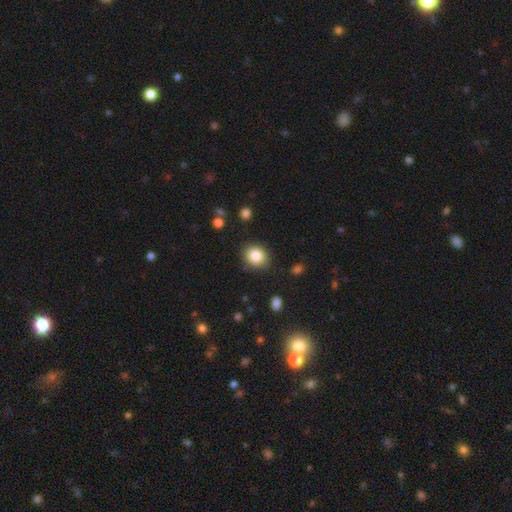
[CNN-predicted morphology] smooth-or-featured: smooth: 85% | star or artifact: 9% | featured or disk: 6%
  how-rounded: round: 66% | in between: 34% | cigar-shaped: 1%
  merging: none: 86% | minor disturbance: 10% | major disturbance: 3% | merger: 2%